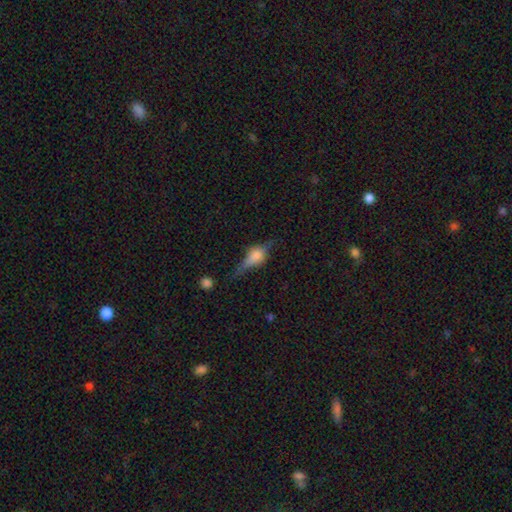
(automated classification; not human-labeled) A featured or disk galaxy (59%) viewed edge-on (92%) with a rounded central bulge (88%).

Vote fractions:
- Smooth or featured? featured or disk: 59% / smooth: 31% / star or artifact: 10%
- Edge-on disk? yes: 92% / no: 8%
- Edge-on bulge? rounded: 88% / boxy: 10% / none: 2%
- Merging? none: 61% / minor disturbance: 25% / major disturbance: 11% / merger: 3%